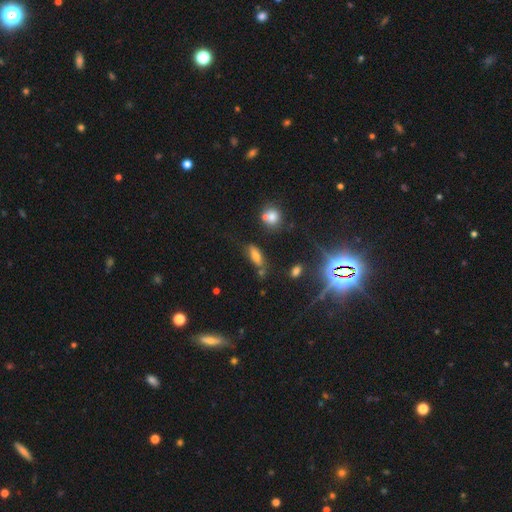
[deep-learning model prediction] smooth-or-featured: smooth: 64% | featured or disk: 20% | star or artifact: 16%
  how-rounded: in between: 60% | cigar-shaped: 35% | round: 4%
  merging: none: 60% | minor disturbance: 21% | merger: 11% | major disturbance: 8%